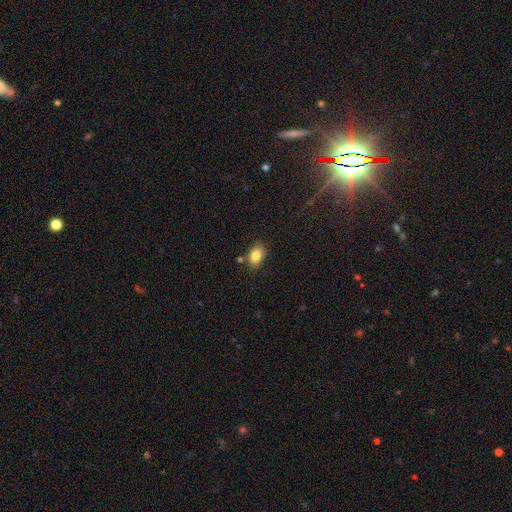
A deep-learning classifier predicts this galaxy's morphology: type=smooth (84%); roundness=in between (81%); merging=none (78%).